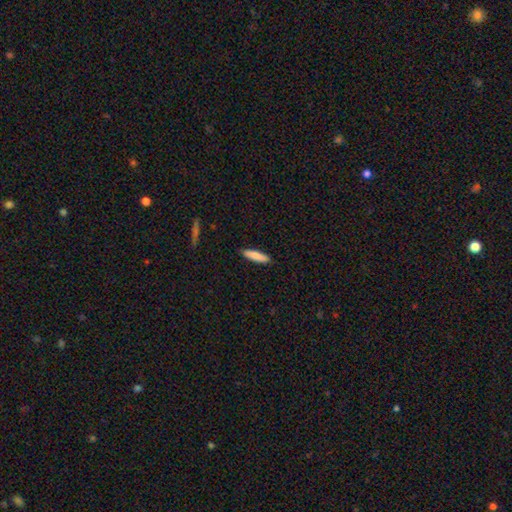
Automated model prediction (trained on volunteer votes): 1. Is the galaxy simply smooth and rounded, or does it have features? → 84% smooth, 11% featured or disk, 5% star or artifact.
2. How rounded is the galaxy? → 76% cigar-shaped, 22% in between, 1% round.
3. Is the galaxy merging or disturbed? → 90% none, 7% minor disturbance, 2% major disturbance, 1% merger.